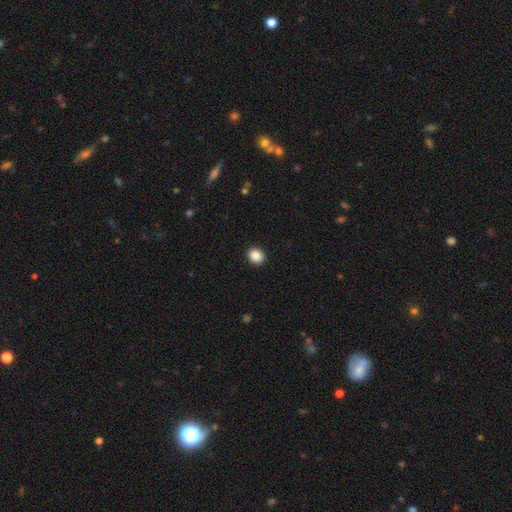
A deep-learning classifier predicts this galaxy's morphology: A smooth galaxy with no disk features (89%) that is round (67%).

Vote fractions:
- Smooth or featured? smooth: 89% / star or artifact: 9% / featured or disk: 3%
- How rounded? round: 67% / in between: 32% / cigar-shaped: 1%
- Merging? none: 92% / minor disturbance: 5% / major disturbance: 2% / merger: 1%